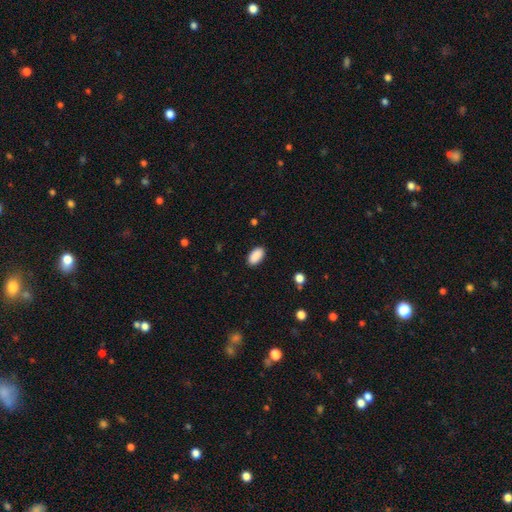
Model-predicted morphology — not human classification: Q: Smooth or featured?
A: smooth (90%); runner-up: star or artifact (7%)
Q: How rounded?
A: in between (95%); runner-up: round (3%)
Q: Merging?
A: none (88%); runner-up: minor disturbance (9%)